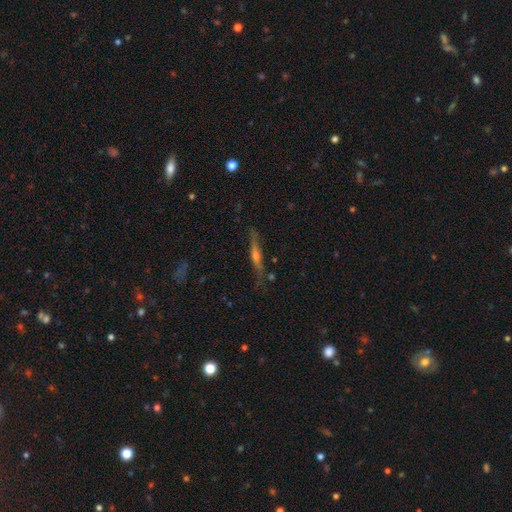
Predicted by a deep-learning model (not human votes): Smooth or featured?
  - featured or disk: 68% *
  - smooth: 24%
  - star or artifact: 8%
Edge-on disk?
  - yes: 94% *
  - no: 6%
Edge-on bulge?
  - rounded: 68% *
  - none: 20%
  - boxy: 12%
Merging?
  - none: 81% *
  - minor disturbance: 13%
  - major disturbance: 3%
  - merger: 2%